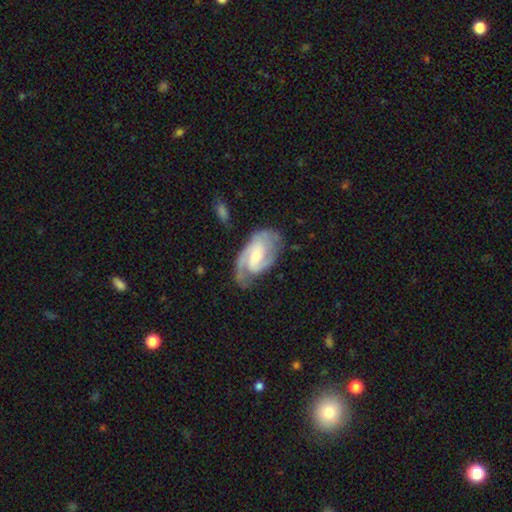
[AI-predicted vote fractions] Morphology: type=featured or disk (86%); edge-on=no (97%); bar=weak (48%); spiral arms=yes (96%); winding=medium (46%); arm count=2 (69%); bulge=small (52%); merging=none (65%).